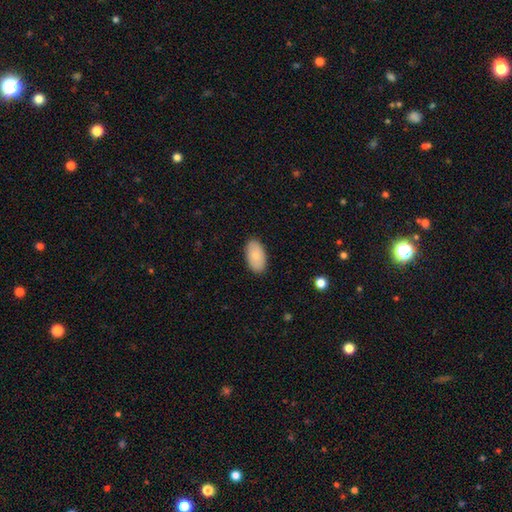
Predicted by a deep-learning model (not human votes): A smooth galaxy with no disk features (81%) that is in between round and cigar-shaped (95%).

Vote fractions:
- Smooth or featured? smooth: 81% / featured or disk: 13% / star or artifact: 6%
- How rounded? in between: 95% / round: 3% / cigar-shaped: 2%
- Merging? none: 88% / minor disturbance: 9% / major disturbance: 2% / merger: 1%